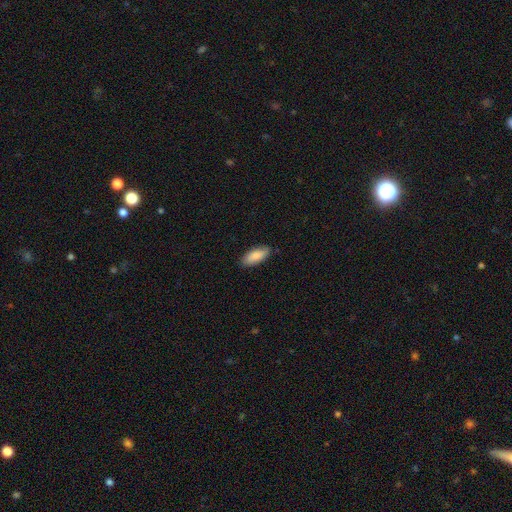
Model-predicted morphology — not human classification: Smooth or featured? smooth (87%)
How rounded? in between (84%)
Merging? none (86%)